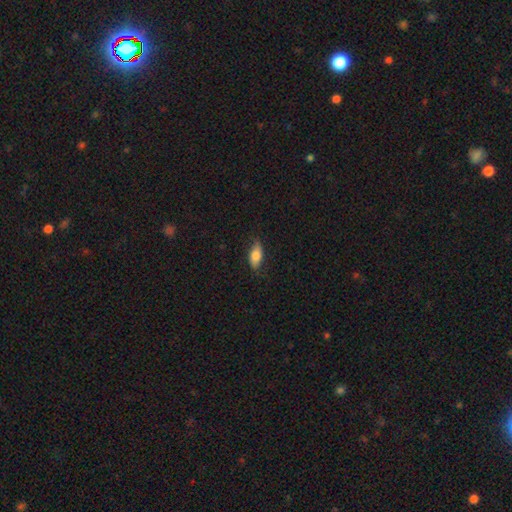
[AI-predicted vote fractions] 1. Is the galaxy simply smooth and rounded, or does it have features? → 77% smooth, 16% featured or disk, 7% star or artifact.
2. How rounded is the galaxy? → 87% in between, 10% cigar-shaped, 4% round.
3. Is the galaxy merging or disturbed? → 76% none, 19% minor disturbance, 4% major disturbance, 1% merger.